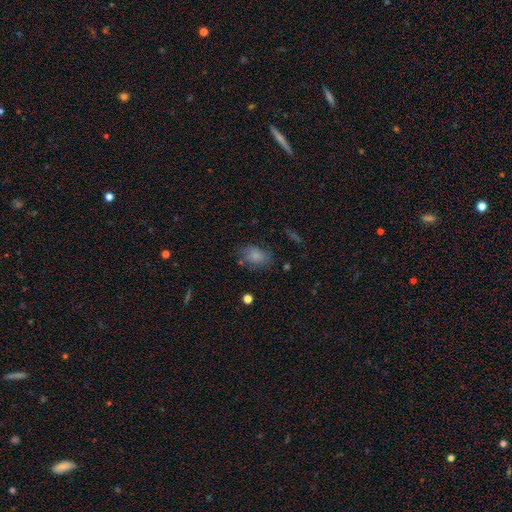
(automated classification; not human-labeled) smooth-or-featured: smooth: 79% | featured or disk: 11% | star or artifact: 9%
  how-rounded: in between: 82% | round: 17% | cigar-shaped: 2%
  merging: none: 67% | minor disturbance: 22% | major disturbance: 8% | merger: 4%